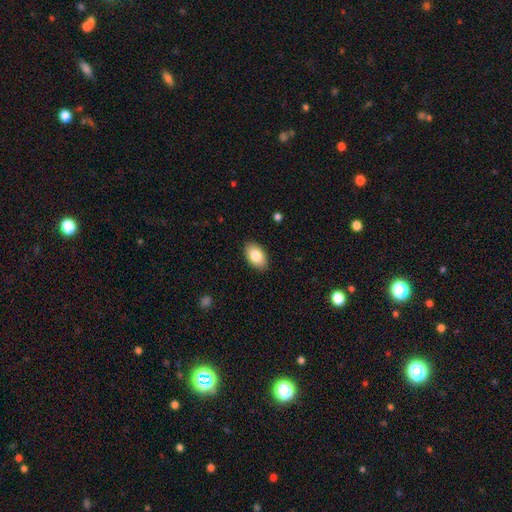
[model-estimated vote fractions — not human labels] Overall: smooth (83%). How rounded: in between (92%). Merging: none (89%).